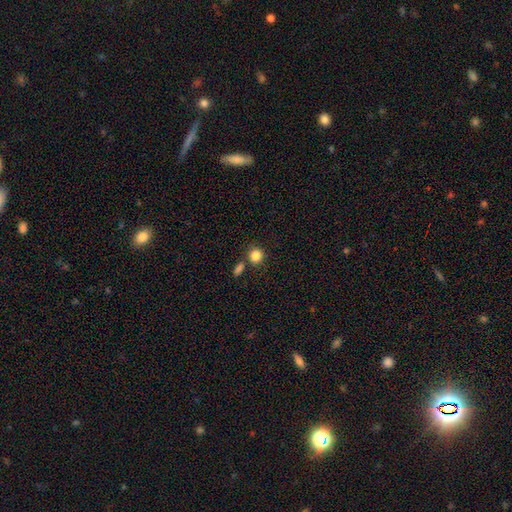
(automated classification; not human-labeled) Q: Smooth or featured?
A: smooth (85%); runner-up: star or artifact (10%)
Q: How rounded?
A: round (87%); runner-up: in between (12%)
Q: Merging?
A: none (76%); runner-up: merger (11%)